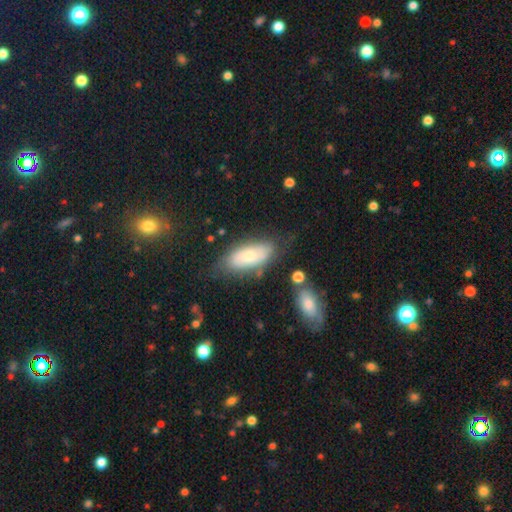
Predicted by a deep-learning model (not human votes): Smooth or featured? Predicted: smooth (p=0.61). How rounded? Predicted: in between (p=0.84). Merging? Predicted: none (p=0.63).